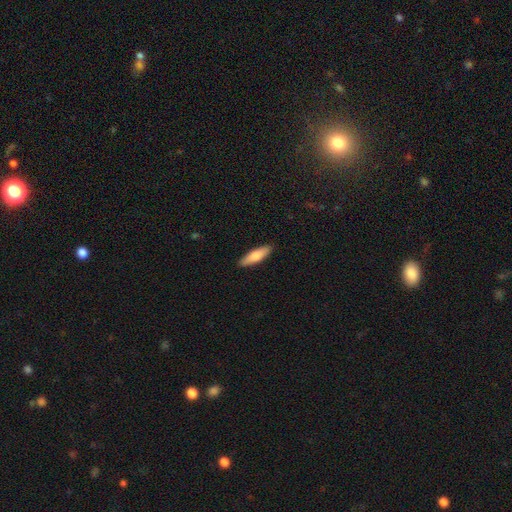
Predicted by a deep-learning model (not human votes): Smooth or featured? Predicted: smooth (p=0.72). How rounded? Predicted: cigar-shaped (p=0.61). Merging? Predicted: none (p=0.90).